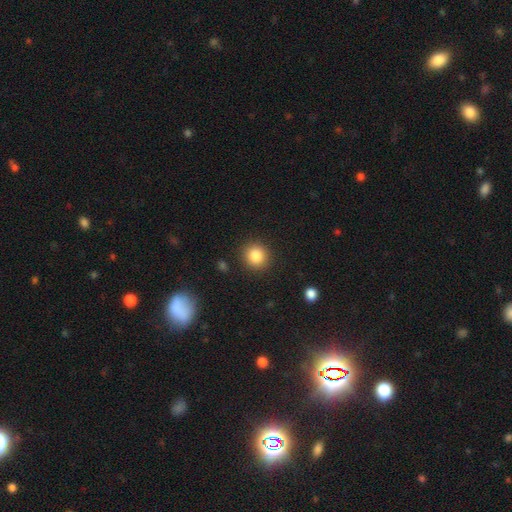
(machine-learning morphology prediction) Smooth or featured: smooth — 84% (star or artifact — 10%)
How rounded: round — 88% (in between — 11%)
Merging: none — 89% (minor disturbance — 7%)